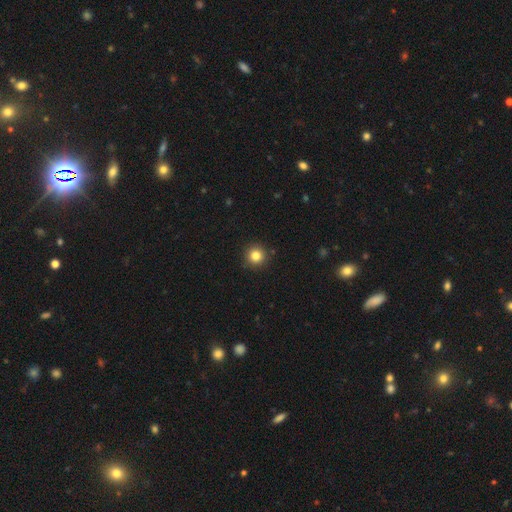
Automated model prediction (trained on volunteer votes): smooth-or-featured: smooth: 83% | star or artifact: 12% | featured or disk: 6%
  how-rounded: round: 95% | in between: 4% | cigar-shaped: 1%
  merging: none: 91% | minor disturbance: 6% | major disturbance: 2% | merger: 1%